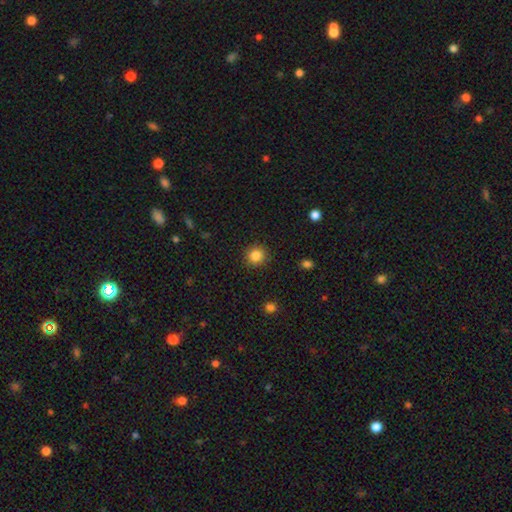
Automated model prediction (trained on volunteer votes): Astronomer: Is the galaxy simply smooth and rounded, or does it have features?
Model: smooth — 85%.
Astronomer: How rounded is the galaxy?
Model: round — 92%.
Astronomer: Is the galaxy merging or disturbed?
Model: none — 90%.